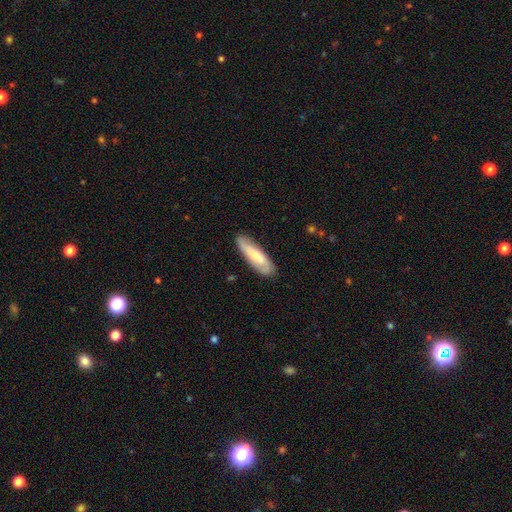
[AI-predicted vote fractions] This is possibly a smooth galaxy (57%). How rounded: likely cigar-shaped (60%). Merging: clearly none (82%).